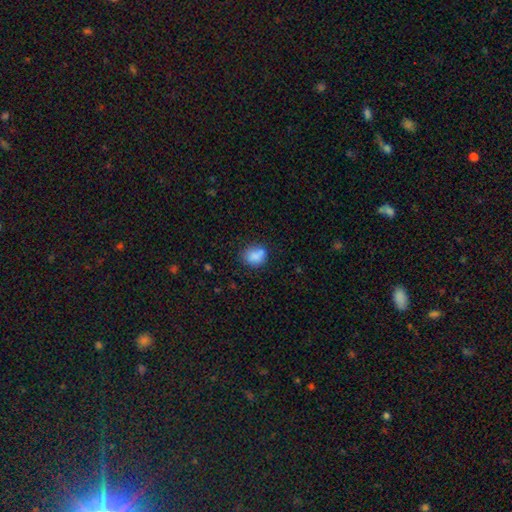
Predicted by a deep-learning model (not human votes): Overall: smooth (82%). How rounded: round (61%; in between 38%). Merging: none (60%).